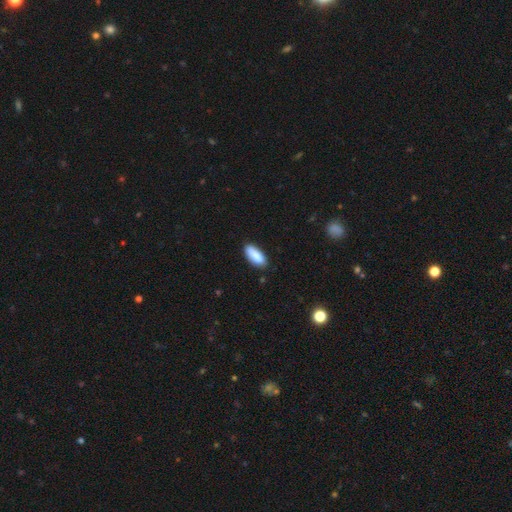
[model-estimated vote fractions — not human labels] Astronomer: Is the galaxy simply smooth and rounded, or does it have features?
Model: smooth — 88%.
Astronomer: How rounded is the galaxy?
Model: in between — 78%.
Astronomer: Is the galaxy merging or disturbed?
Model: none — 79%.